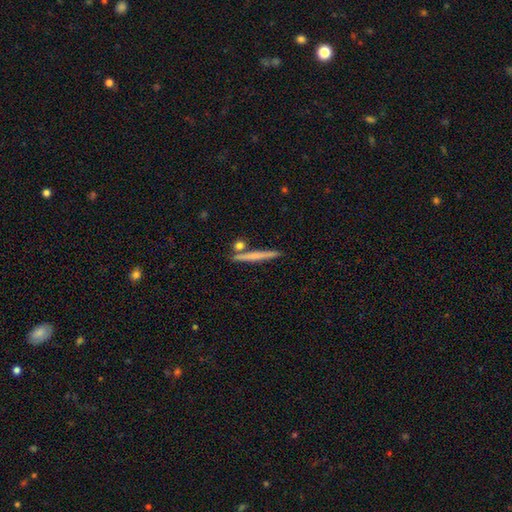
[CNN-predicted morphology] Overall: smooth (58%; featured or disk 35%). How rounded: cigar-shaped (94%). Merging: none (84%).